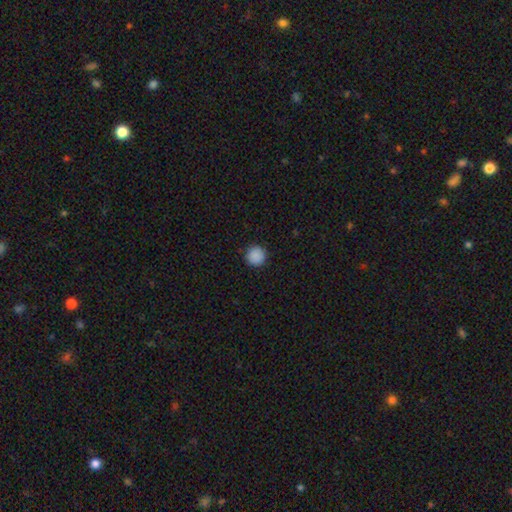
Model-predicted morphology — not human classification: Overall: smooth (89%). How rounded: round (96%). Merging: none (92%).